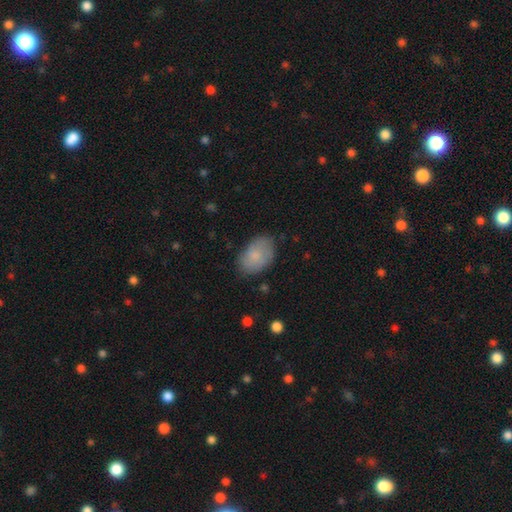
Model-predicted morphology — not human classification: The model was most divided on "merging": none: 75%, minor disturbance: 19%, major disturbance: 5%, merger: 1%. More confident: how rounded — in between (89%); smooth or featured — smooth (78%).